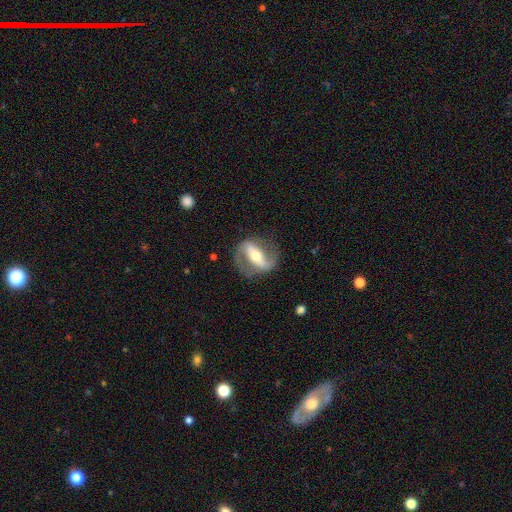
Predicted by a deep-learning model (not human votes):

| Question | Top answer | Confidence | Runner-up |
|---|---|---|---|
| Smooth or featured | featured or disk | 80% | smooth (15%) |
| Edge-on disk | no | 87% | yes (13%) |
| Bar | strong | 69% | weak (19%) |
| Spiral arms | yes | 79% | no (21%) |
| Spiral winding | medium | 44% | loose (32%) |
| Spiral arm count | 2 | 87% | can't tell (6%) |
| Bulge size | moderate | 63% | small (26%) |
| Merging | none | 76% | minor disturbance (14%) |